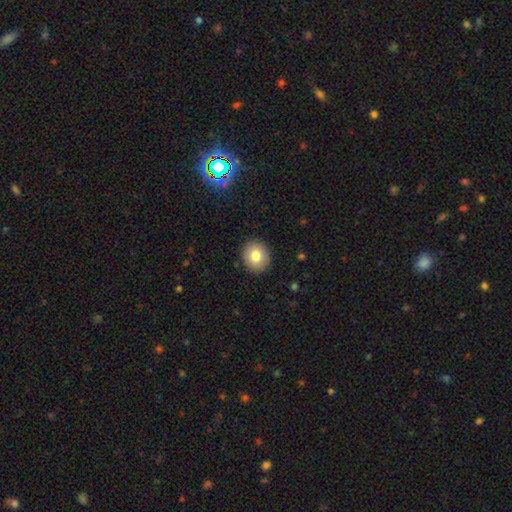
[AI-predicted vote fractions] Overall: smooth (81%). How rounded: round (75%). Merging: none (90%).